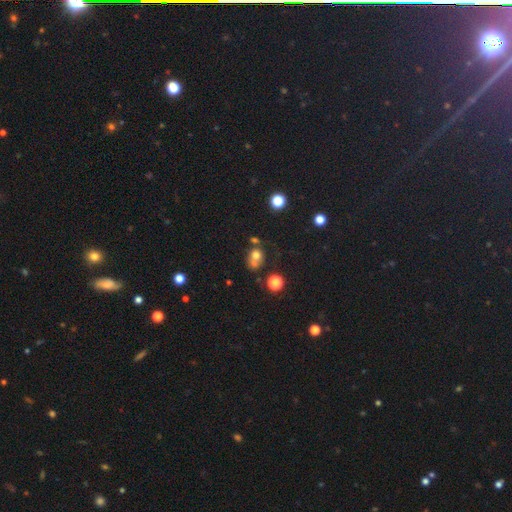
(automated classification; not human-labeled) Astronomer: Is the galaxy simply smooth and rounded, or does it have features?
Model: smooth — 68%.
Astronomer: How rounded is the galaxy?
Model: round — 69%.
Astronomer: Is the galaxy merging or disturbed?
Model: merger — 46% (runner-up: none, 36%).